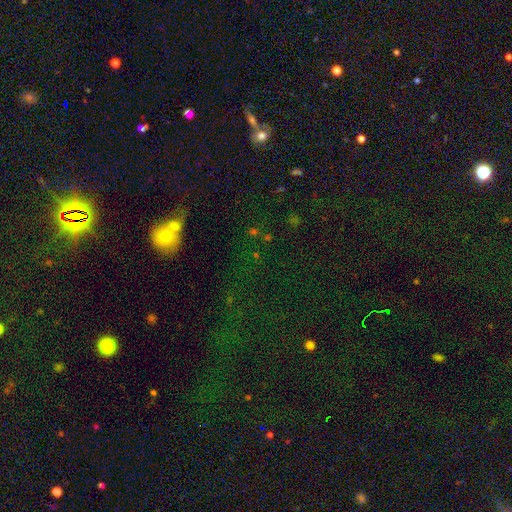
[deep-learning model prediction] Overall: star or artifact (44%; smooth 40%).